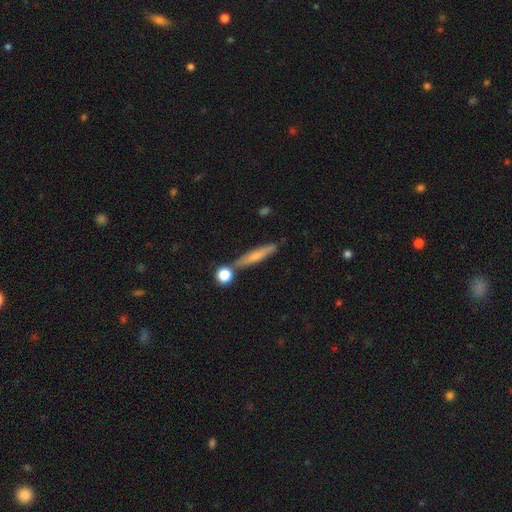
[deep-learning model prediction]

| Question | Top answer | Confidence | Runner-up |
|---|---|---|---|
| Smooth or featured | smooth | 57% | featured or disk (36%) |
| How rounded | cigar-shaped | 87% | in between (10%) |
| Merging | none | 73% | minor disturbance (13%) |